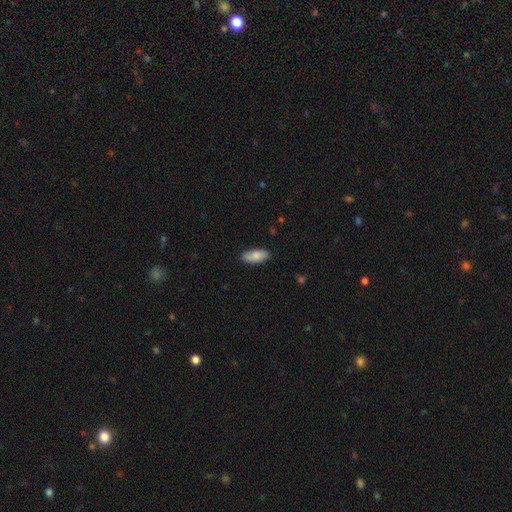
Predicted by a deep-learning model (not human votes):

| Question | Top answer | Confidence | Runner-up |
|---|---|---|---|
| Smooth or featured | smooth | 83% | featured or disk (11%) |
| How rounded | in between | 87% | cigar-shaped (11%) |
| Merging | none | 84% | minor disturbance (13%) |